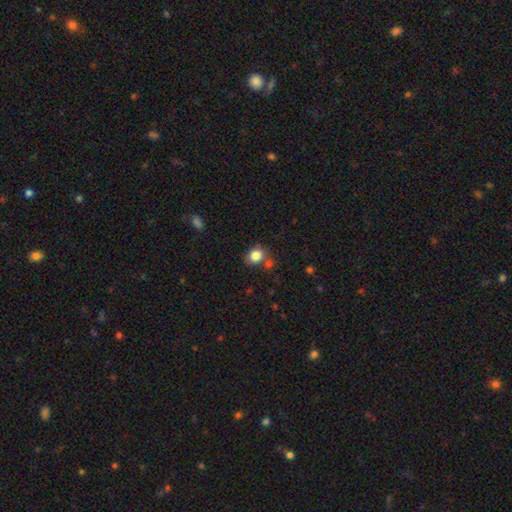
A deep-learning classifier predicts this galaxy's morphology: Smooth or featured: smooth — 84% (star or artifact — 10%)
How rounded: round — 64% (in between — 35%)
Merging: none — 70% (minor disturbance — 13%)